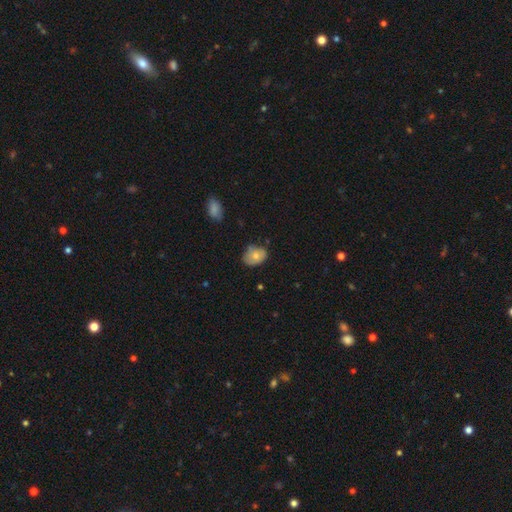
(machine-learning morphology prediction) smooth 71%, featured or disk 21%, star or artifact 8%. Down the decision tree: how rounded — in between (60%); merging — none (59%).